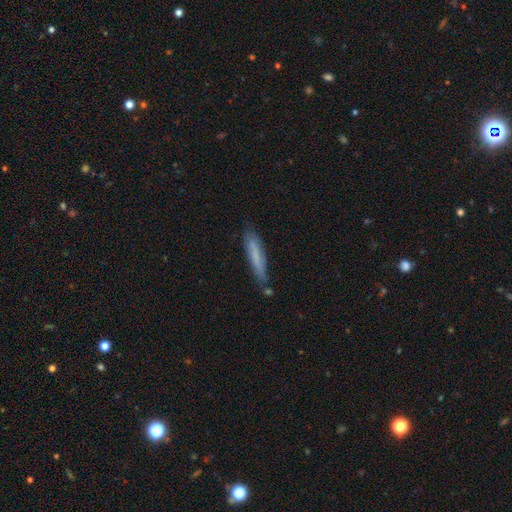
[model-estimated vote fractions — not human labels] Smooth or featured?
  - smooth: 64% *
  - featured or disk: 28%
  - star or artifact: 7%
How rounded?
  - cigar-shaped: 91% *
  - in between: 8%
  - round: 1%
Merging?
  - none: 73% *
  - minor disturbance: 18%
  - merger: 4%
  - major disturbance: 4%